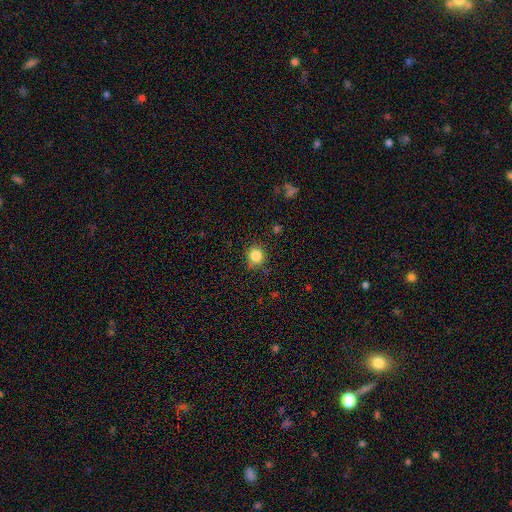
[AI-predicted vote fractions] This appears to be a smooth galaxy with no disk features (84%) that is round (86%). Merging: none (84%).